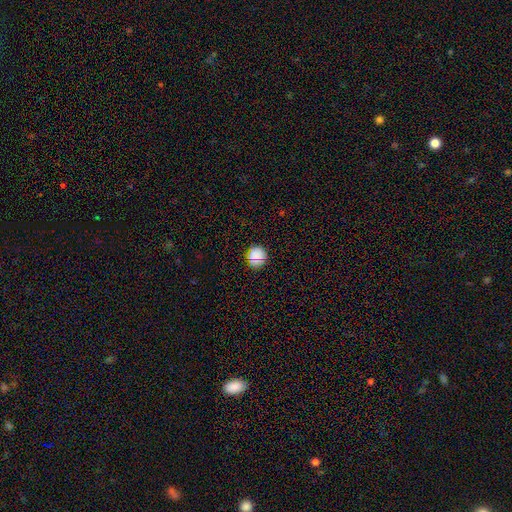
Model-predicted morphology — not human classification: Smooth or featured?
  - smooth: 78% *
  - star or artifact: 17%
  - featured or disk: 5%
How rounded?
  - round: 91% *
  - in between: 8%
  - cigar-shaped: 1%
Merging?
  - none: 87% *
  - minor disturbance: 9%
  - major disturbance: 2%
  - merger: 1%